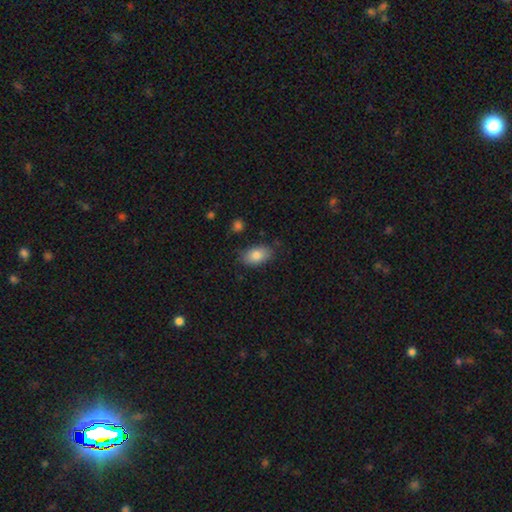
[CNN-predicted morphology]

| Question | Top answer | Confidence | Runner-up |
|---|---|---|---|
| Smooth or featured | smooth | 84% | featured or disk (9%) |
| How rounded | in between | 91% | round (7%) |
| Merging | none | 80% | minor disturbance (14%) |